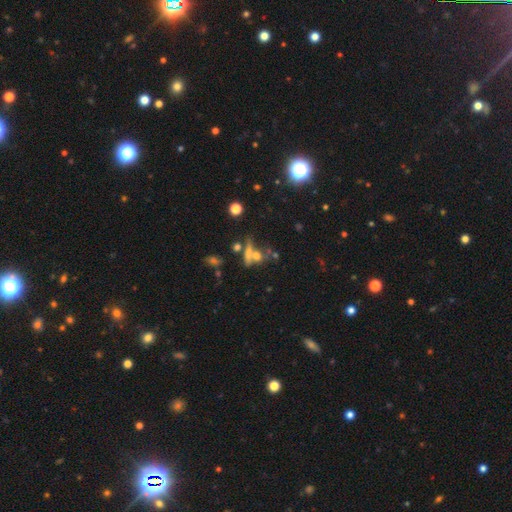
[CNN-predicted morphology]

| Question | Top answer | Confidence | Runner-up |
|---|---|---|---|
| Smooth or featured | smooth | 42% | featured or disk (34%) |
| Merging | none | 44% | merger (32%) |